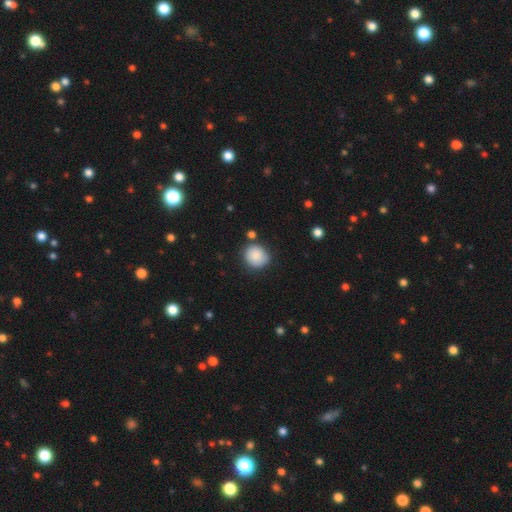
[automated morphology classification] This appears to be a smooth galaxy with no disk features (86%) that is round (84%). Merging: none (76%).